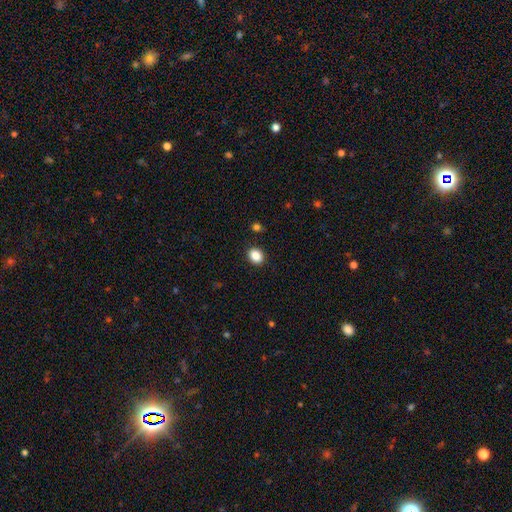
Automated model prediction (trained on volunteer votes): The model was most divided on "how rounded": in between: 52%, round: 47%, cigar-shaped: 1%. More confident: merging — none (90%); smooth or featured — smooth (88%).